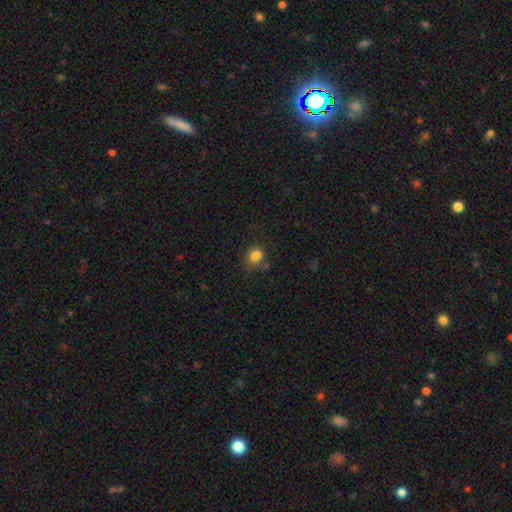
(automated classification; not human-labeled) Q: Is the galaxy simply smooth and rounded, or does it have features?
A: smooth — 79%.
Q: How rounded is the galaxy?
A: round — 63%.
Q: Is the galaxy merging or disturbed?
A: none — 52%.